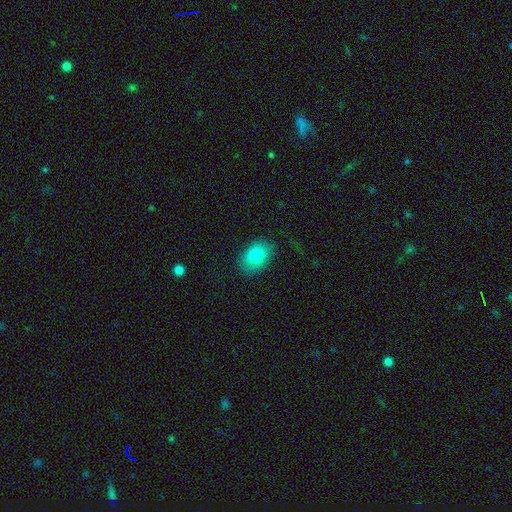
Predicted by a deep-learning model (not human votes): A smooth galaxy with no disk features (83%) that is in between round and cigar-shaped (82%). Merging: none (81%).